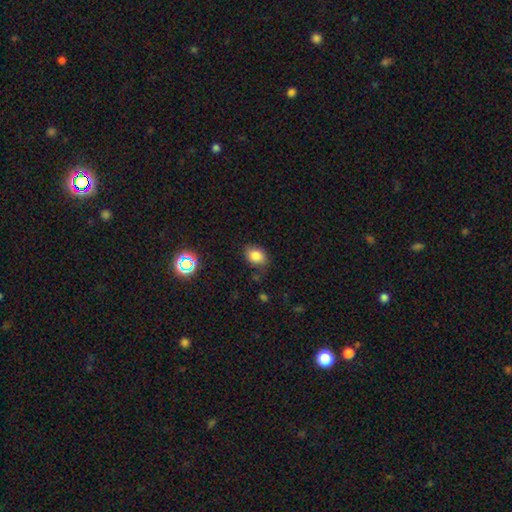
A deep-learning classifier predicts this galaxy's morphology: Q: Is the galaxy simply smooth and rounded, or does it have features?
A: smooth — 80%.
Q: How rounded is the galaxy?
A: in between — 71%.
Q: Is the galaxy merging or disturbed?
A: none — 74%.